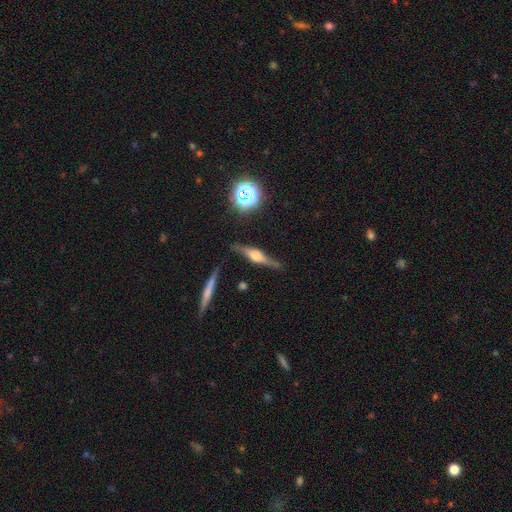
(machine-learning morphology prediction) The model was most divided on "smooth or featured": featured or disk: 73%, smooth: 19%, star or artifact: 8%. More confident: edge-on disk — yes (96%); edge-on bulge — rounded (85%); merging — none (82%).